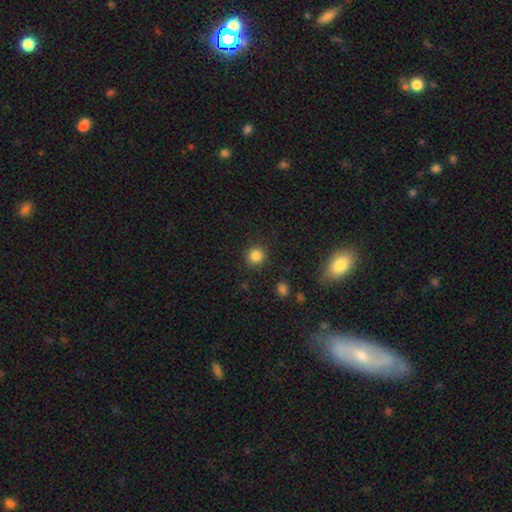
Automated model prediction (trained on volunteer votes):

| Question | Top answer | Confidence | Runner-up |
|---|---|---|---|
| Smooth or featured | smooth | 83% | star or artifact (12%) |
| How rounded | round | 92% | in between (7%) |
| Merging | none | 90% | minor disturbance (6%) |